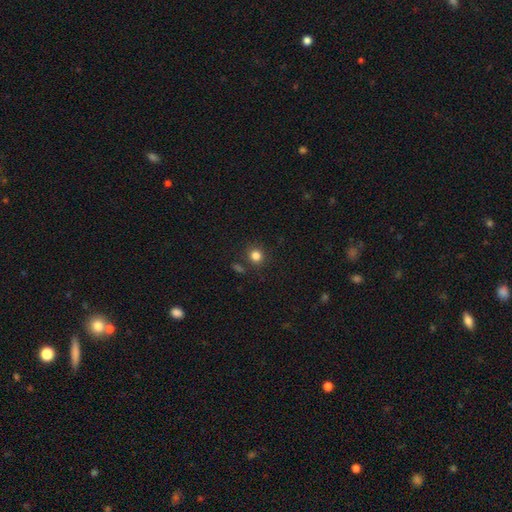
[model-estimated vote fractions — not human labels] Overall: smooth (82%). How rounded: round (87%). Merging: none (84%).